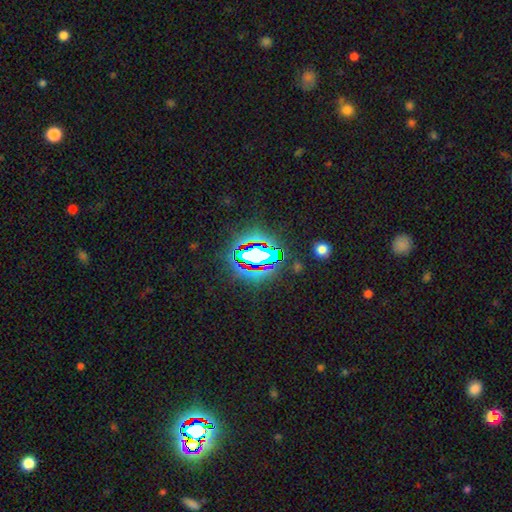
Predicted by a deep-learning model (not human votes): Smooth or featured? star or artifact (70%)